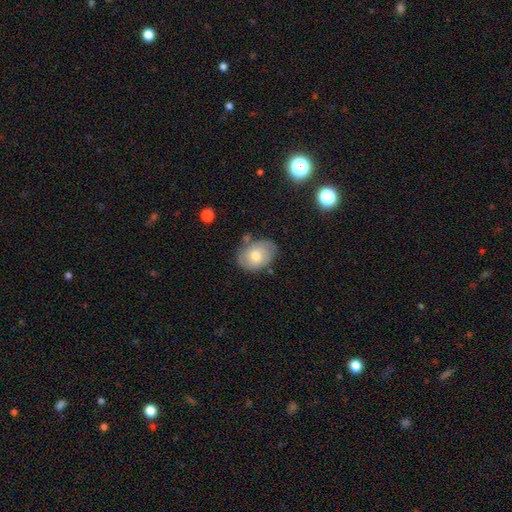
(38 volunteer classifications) Smooth or featured?
  - smooth: 55% *
  - featured or disk: 39%
  - star or artifact: 5%
How rounded?
  - in between: 52% *
  - round: 48%
  - cigar-shaped: 0%
Merging?
  - none: 72% *
  - minor disturbance: 22%
  - major disturbance: 3%
  - merger: 3%